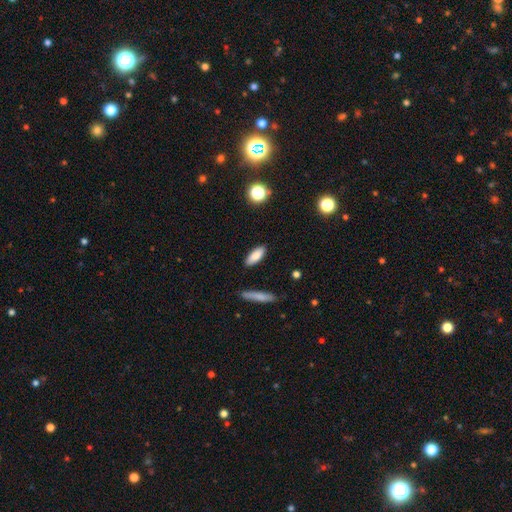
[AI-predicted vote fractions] This appears to be a smooth galaxy with no disk features (83%) that is in between round and cigar-shaped (69%). Merging: none (88%).